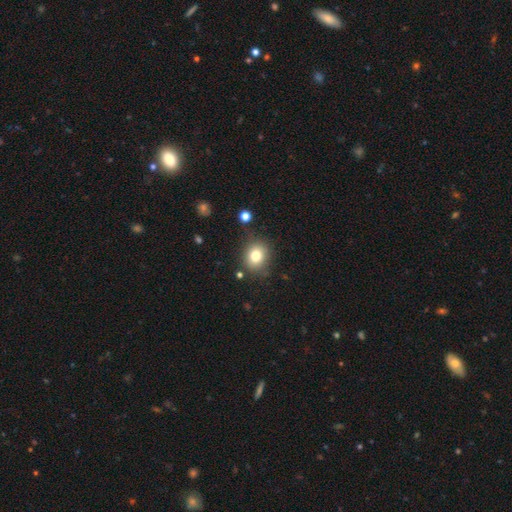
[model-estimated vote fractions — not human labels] smooth-or-featured: smooth: 79% | star or artifact: 12% | featured or disk: 9%
  how-rounded: round: 71% | in between: 28% | cigar-shaped: 1%
  merging: none: 81% | minor disturbance: 13% | major disturbance: 4% | merger: 3%